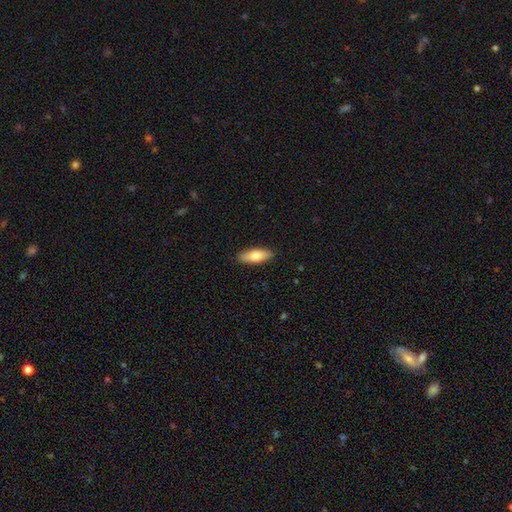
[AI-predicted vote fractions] The model was most divided on "how rounded": in between: 66%, cigar-shaped: 31%, round: 2%. More confident: merging — none (89%); smooth or featured — smooth (74%).